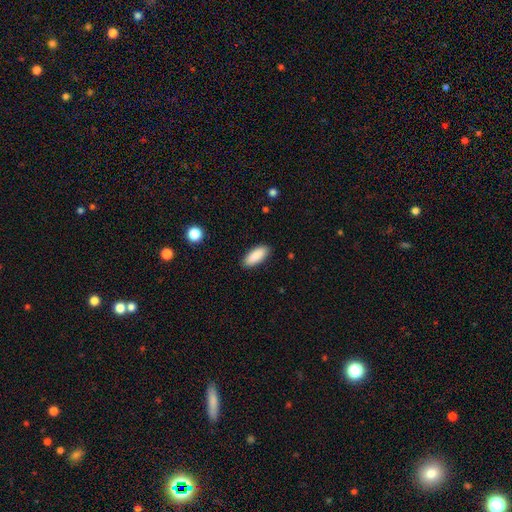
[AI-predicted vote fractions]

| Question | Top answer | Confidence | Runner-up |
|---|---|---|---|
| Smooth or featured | smooth | 90% | star or artifact (6%) |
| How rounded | in between | 79% | cigar-shaped (19%) |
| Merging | none | 89% | minor disturbance (8%) |